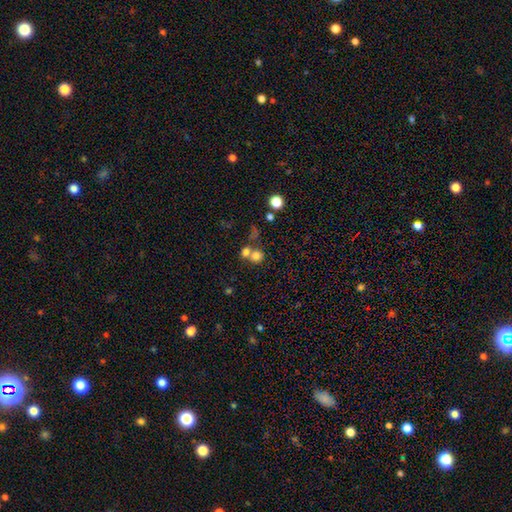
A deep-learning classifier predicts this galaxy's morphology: smooth-or-featured: smooth: 72% | star or artifact: 15% | featured or disk: 12%
  how-rounded: round: 83% | in between: 15% | cigar-shaped: 1%
  merging: merger: 48% | none: 42% | minor disturbance: 6% | major disturbance: 4%